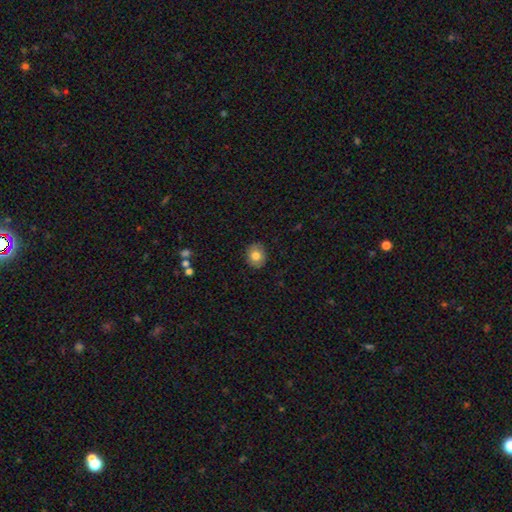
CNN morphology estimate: Q: Smooth or featured?
A: smooth (78%); runner-up: featured or disk (13%)
Q: How rounded?
A: round (67%); runner-up: in between (32%)
Q: Merging?
A: none (88%); runner-up: minor disturbance (9%)